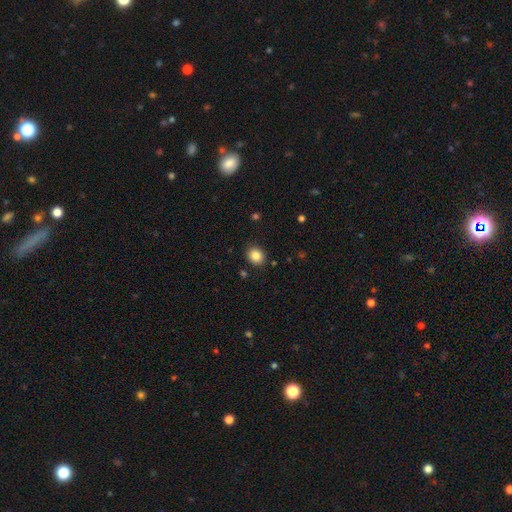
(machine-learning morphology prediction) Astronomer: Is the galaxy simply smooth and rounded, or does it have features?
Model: smooth — 85%.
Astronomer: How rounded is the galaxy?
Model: round — 70%.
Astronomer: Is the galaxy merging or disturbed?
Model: none — 88%.